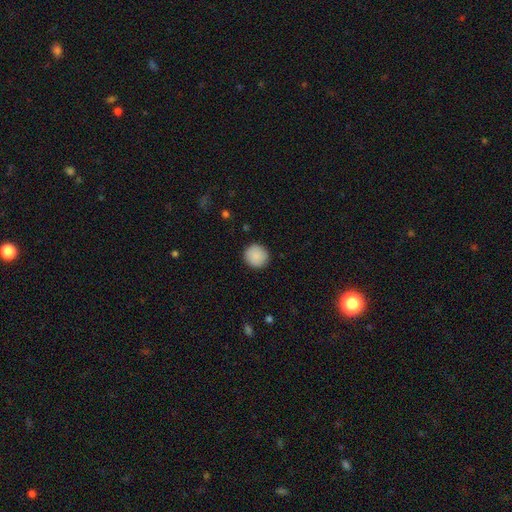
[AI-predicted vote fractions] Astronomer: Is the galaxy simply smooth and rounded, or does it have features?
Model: smooth — 89%.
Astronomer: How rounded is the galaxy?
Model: round — 94%.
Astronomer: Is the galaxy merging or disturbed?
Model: none — 92%.